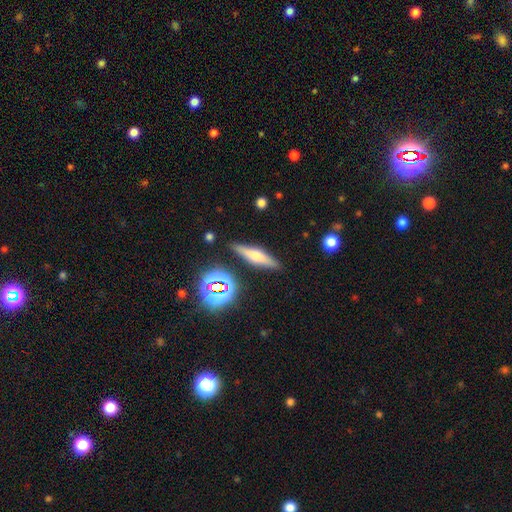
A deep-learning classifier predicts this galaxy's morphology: Smooth or featured? Predicted: featured or disk (p=0.47). Merging? Predicted: none (p=0.87).